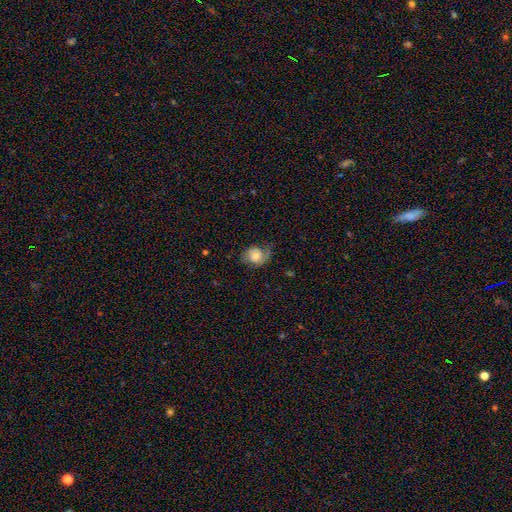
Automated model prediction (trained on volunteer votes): Smooth or featured: featured or disk — 47% (smooth — 44%)
Merging: none — 55% (minor disturbance — 25%)